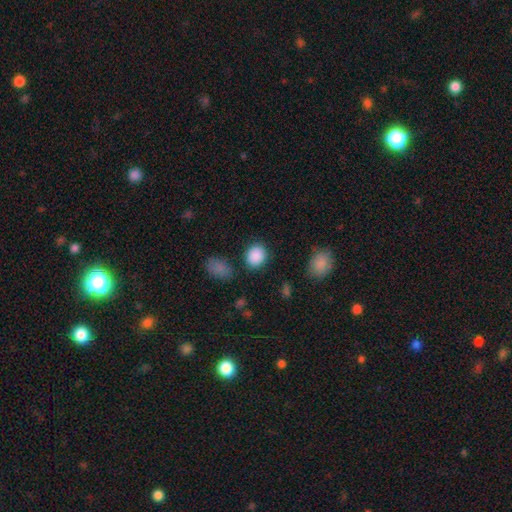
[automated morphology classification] A smooth galaxy with no disk features (88%) that is round (61%).

Vote fractions:
- Smooth or featured? smooth: 88% / star or artifact: 8% / featured or disk: 3%
- How rounded? round: 61% / in between: 38% / cigar-shaped: 1%
- Merging? none: 84% / minor disturbance: 9% / major disturbance: 3% / merger: 3%